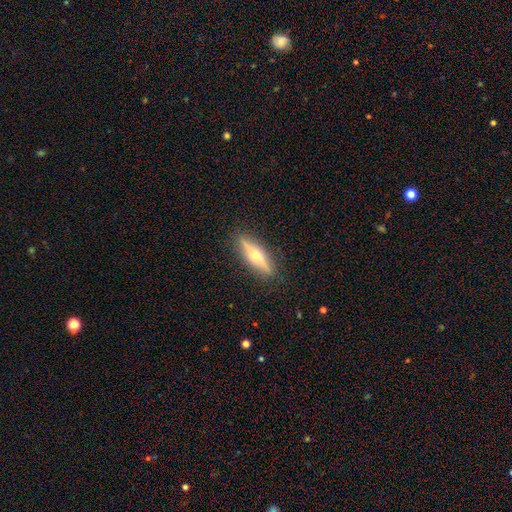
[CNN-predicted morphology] Smooth or featured?
  - featured or disk: 58% *
  - smooth: 36%
  - star or artifact: 6%
Edge-on disk?
  - yes: 90% *
  - no: 10%
Edge-on bulge?
  - rounded: 93% *
  - none: 5%
  - boxy: 3%
Merging?
  - none: 88% *
  - minor disturbance: 9%
  - major disturbance: 2%
  - merger: 1%